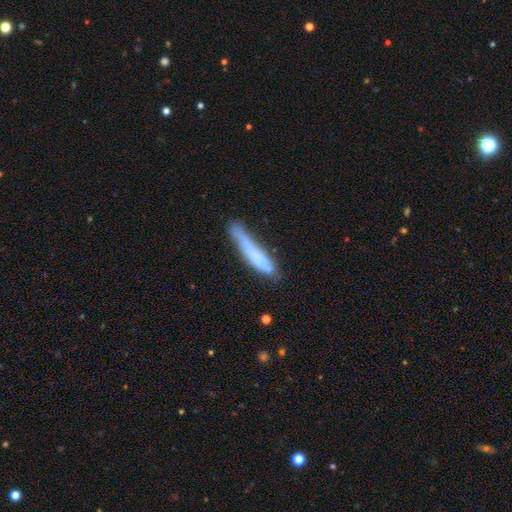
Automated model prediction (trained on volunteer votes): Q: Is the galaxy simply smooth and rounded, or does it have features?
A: smooth — 62%.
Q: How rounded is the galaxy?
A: cigar-shaped — 92%.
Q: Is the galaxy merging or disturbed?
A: none — 58%.